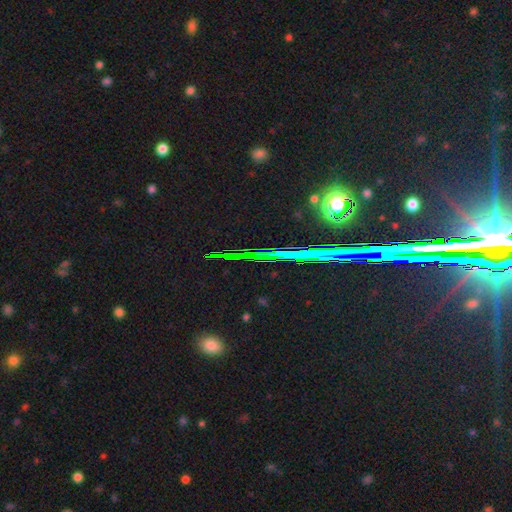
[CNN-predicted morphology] A star or artifact, not a galaxy (82%).